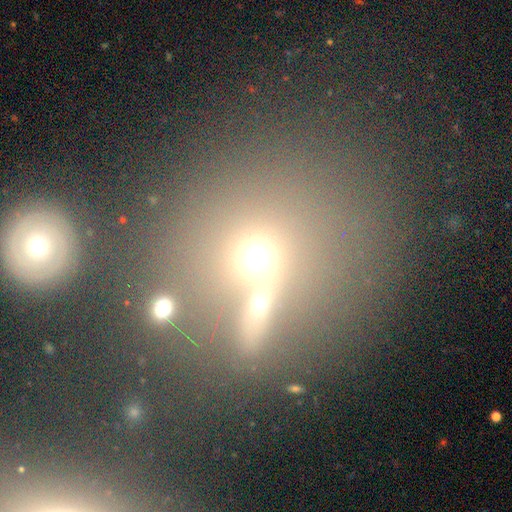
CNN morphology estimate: Q: Smooth or featured?
A: smooth (63%); runner-up: star or artifact (22%)
Q: How rounded?
A: round (77%); runner-up: in between (21%)
Q: Merging?
A: none (45%); runner-up: merger (40%)